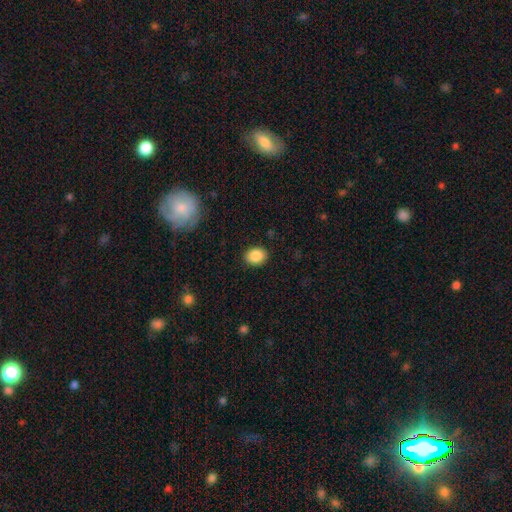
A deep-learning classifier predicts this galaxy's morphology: Smooth or featured? smooth (87%)
How rounded? in between (53%)
Merging? none (89%)